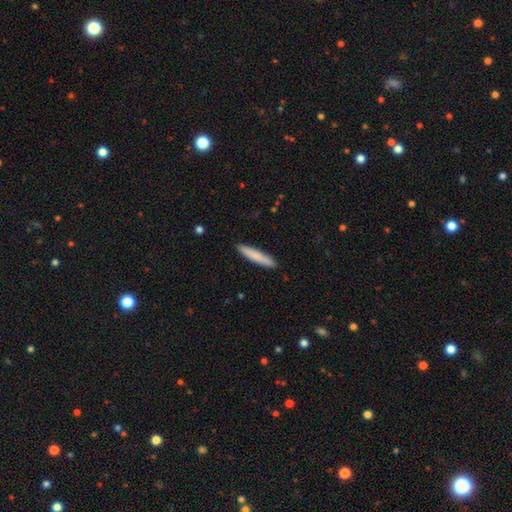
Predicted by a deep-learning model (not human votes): smooth 82%, featured or disk 13%, star or artifact 5%. Down the decision tree: how rounded — cigar-shaped (92%); merging — none (91%).